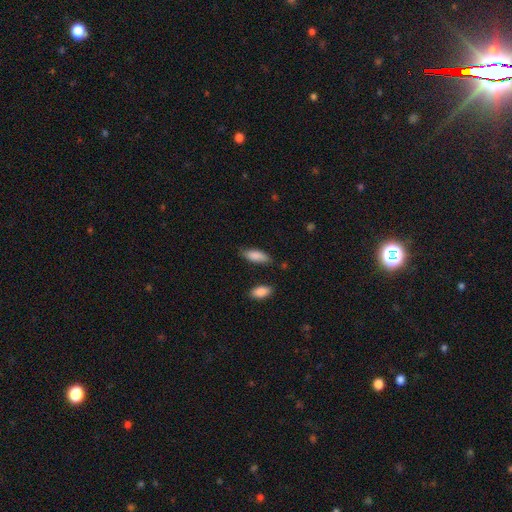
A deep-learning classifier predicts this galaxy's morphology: smooth_or_featured: smooth (p=0.85) [alt: featured or disk p=0.08]
how_rounded: in between (p=0.78) [alt: cigar-shaped p=0.20]
merging: none (p=0.72) [alt: minor disturbance p=0.20]